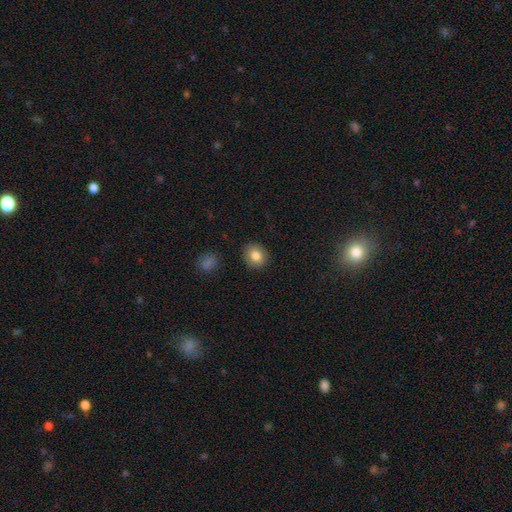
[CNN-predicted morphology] smooth_or_featured: smooth (p=0.83) [alt: star or artifact p=0.09]
how_rounded: round (p=0.69) [alt: in between p=0.30]
merging: none (p=0.89) [alt: minor disturbance p=0.08]